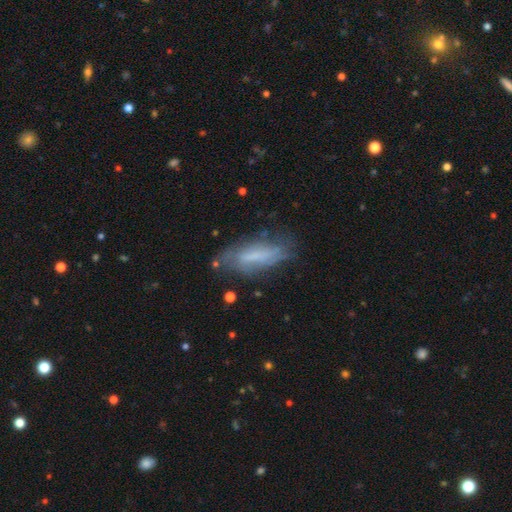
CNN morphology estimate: Smooth or featured?
  - smooth: 54% *
  - featured or disk: 37%
  - star or artifact: 9%
How rounded?
  - in between: 54% *
  - cigar-shaped: 45%
  - round: 2%
Merging?
  - none: 64% *
  - minor disturbance: 24%
  - major disturbance: 9%
  - merger: 3%